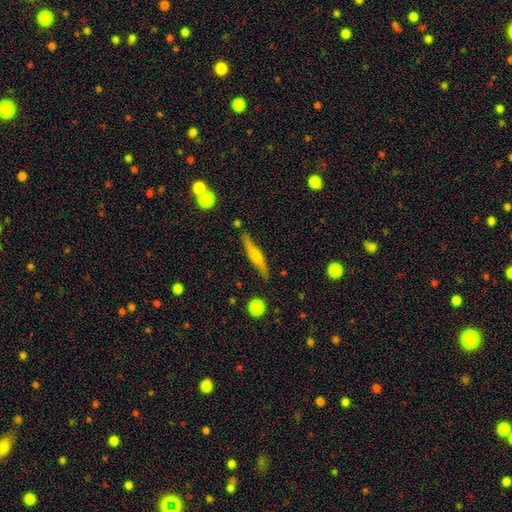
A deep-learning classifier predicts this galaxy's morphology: This is possibly a featured or disk galaxy (57%). It is clearly viewed edge-on (93%). Edge-on bulge: likely rounded (73%). Merging: clearly none (82%).